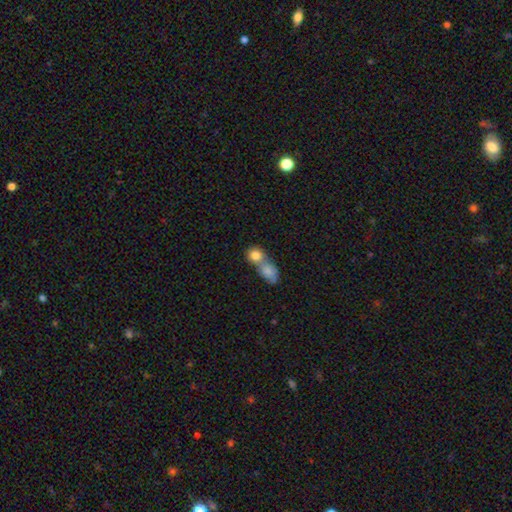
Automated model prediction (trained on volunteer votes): Smooth or featured?
  - smooth: 81% *
  - featured or disk: 11%
  - star or artifact: 8%
How rounded?
  - round: 64% *
  - in between: 33%
  - cigar-shaped: 2%
Merging?
  - merger: 67% *
  - none: 24%
  - minor disturbance: 6%
  - major disturbance: 3%